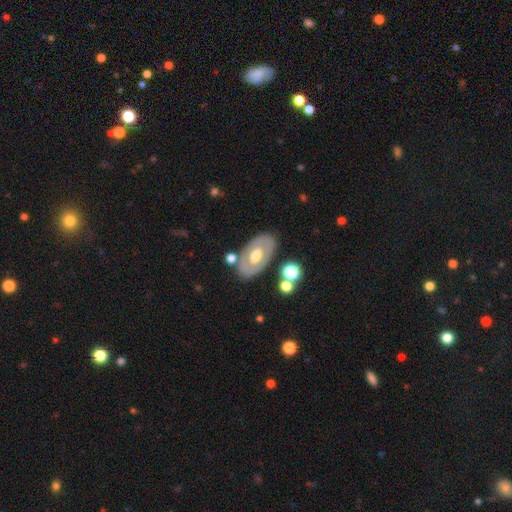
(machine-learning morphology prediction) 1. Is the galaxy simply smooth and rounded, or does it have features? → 61% featured or disk, 34% smooth, 6% star or artifact.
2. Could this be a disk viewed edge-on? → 90% no, 10% yes.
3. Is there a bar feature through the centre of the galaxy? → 78% no, 16% weak, 6% strong.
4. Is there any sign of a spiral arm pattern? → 81% no, 19% yes.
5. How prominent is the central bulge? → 66% moderate, 24% large, 7% small, 2% dominant, 1% none.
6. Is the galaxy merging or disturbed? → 76% none, 14% minor disturbance, 5% merger, 5% major disturbance.